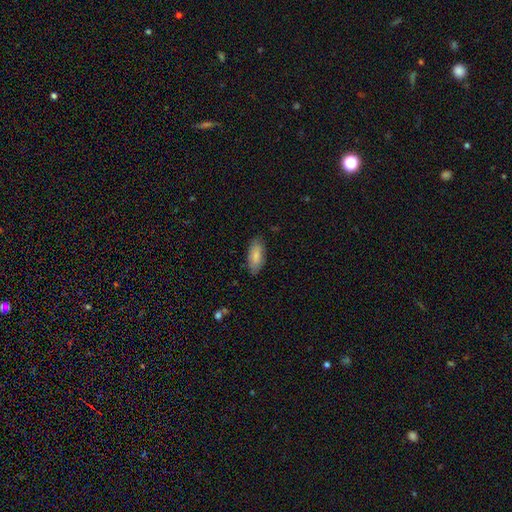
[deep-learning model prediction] Q: Smooth or featured?
A: smooth (81%); runner-up: featured or disk (13%)
Q: How rounded?
A: in between (85%); runner-up: cigar-shaped (14%)
Q: Merging?
A: none (81%); runner-up: minor disturbance (15%)